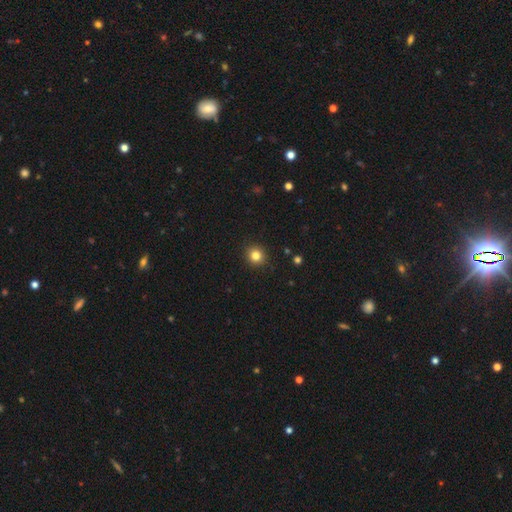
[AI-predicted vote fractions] Smooth or featured? smooth (83%)
How rounded? round (88%)
Merging? none (92%)